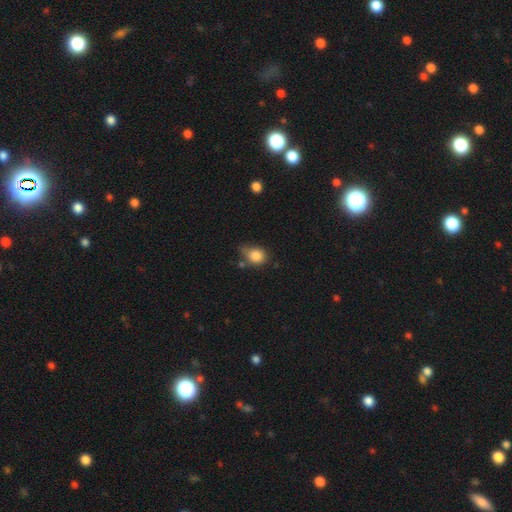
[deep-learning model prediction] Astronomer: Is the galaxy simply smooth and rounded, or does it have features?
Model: smooth — 83%.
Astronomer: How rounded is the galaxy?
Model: round — 59% (runner-up: in between, 39%).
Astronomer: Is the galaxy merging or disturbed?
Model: none — 46% (runner-up: minor disturbance, 36%).